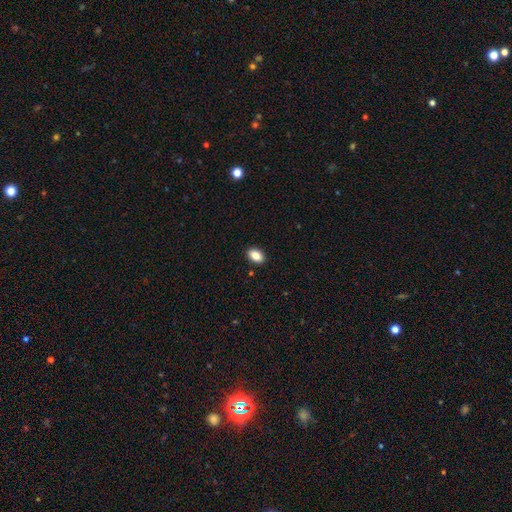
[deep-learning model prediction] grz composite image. It shows a smooth galaxy with no disk features (85%) that is in between round and cigar-shaped (89%). Merging: none (90%).